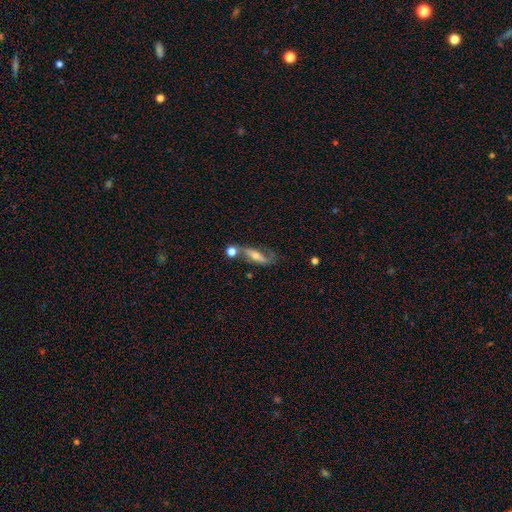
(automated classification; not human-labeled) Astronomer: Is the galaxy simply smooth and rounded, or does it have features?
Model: featured or disk — 68%.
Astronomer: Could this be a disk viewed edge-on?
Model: no — 72%.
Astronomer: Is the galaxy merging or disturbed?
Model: none — 51%.